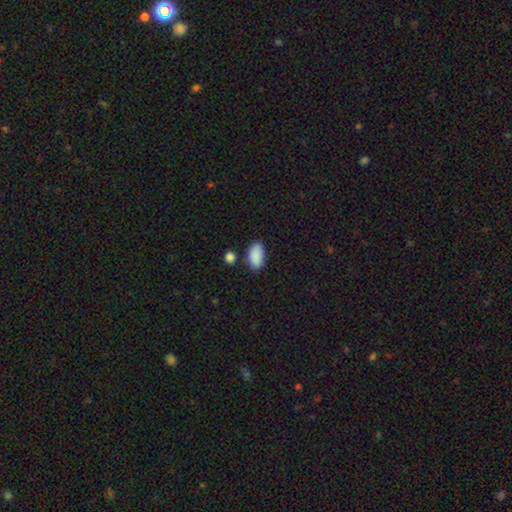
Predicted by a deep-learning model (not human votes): A smooth galaxy with no disk features (90%) that is in between round and cigar-shaped (93%). Merging: none (78%).